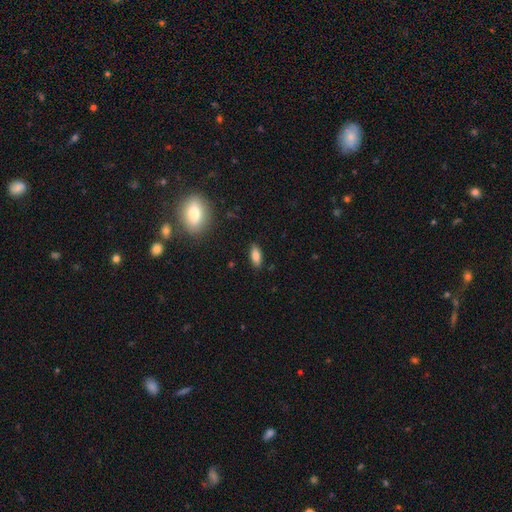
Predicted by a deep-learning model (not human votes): Smooth or featured: smooth — 80% (featured or disk — 12%)
How rounded: in between — 79% (cigar-shaped — 18%)
Merging: none — 87% (minor disturbance — 10%)